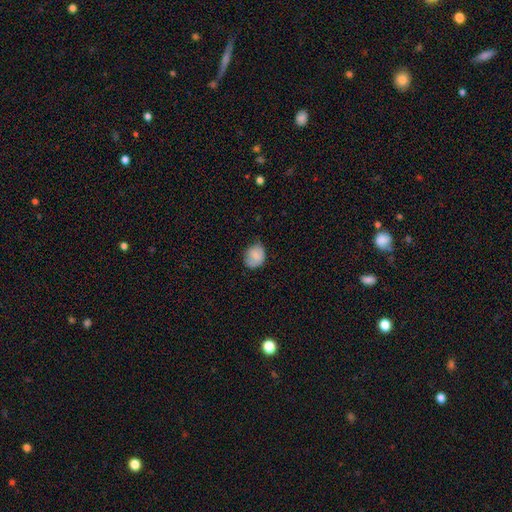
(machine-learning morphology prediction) Smooth or featured? smooth (81%)
How rounded? round (60%)
Merging? none (62%)